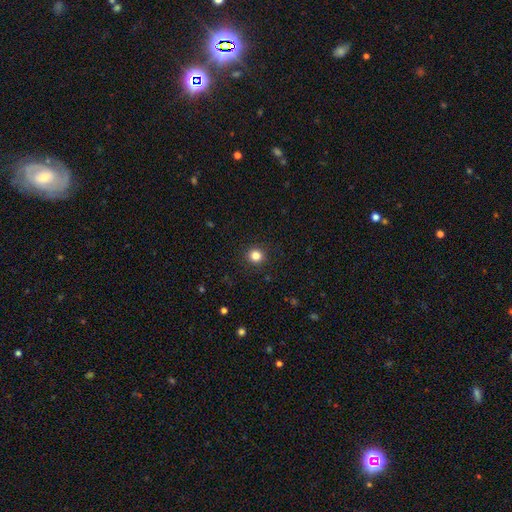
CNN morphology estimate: Smooth or featured: smooth — 83% (star or artifact — 12%)
How rounded: round — 93% (in between — 6%)
Merging: none — 92% (minor disturbance — 5%)